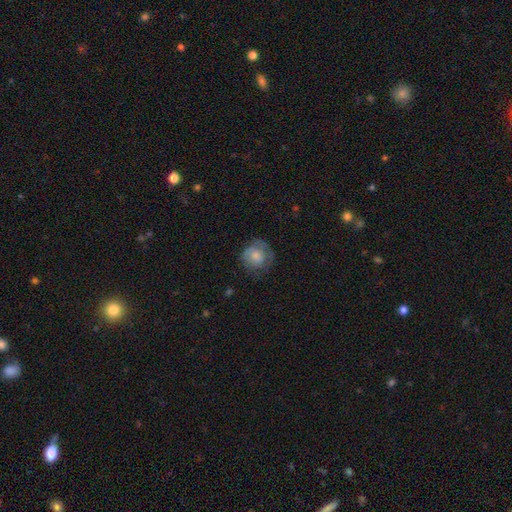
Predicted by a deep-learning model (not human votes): smooth-or-featured: smooth: 70% | featured or disk: 22% | star or artifact: 7%
  how-rounded: round: 85% | in between: 14% | cigar-shaped: 1%
  merging: none: 59% | minor disturbance: 25% | major disturbance: 14% | merger: 1%